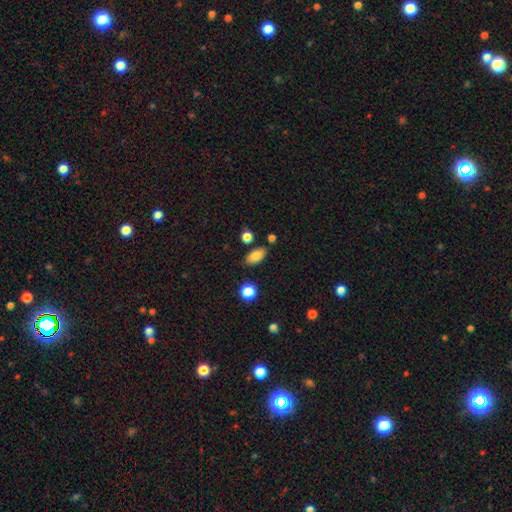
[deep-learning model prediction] Smooth or featured? Predicted: smooth (p=0.84). How rounded? Predicted: in between (p=0.89). Merging? Predicted: none (p=0.81).